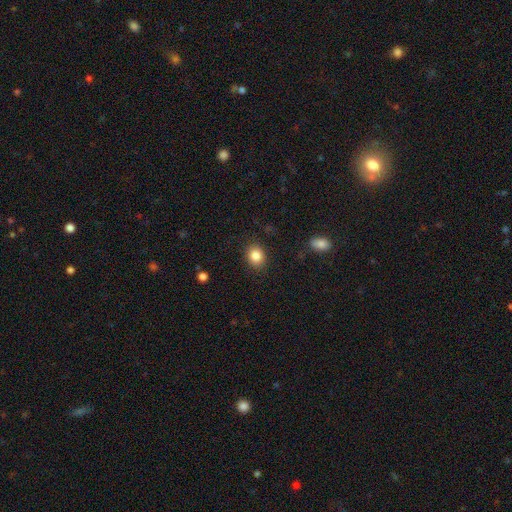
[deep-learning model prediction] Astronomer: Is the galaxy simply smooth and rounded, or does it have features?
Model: smooth — 85%.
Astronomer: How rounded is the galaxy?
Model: round — 61% (runner-up: in between, 38%).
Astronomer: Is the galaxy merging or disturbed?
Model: none — 87%.